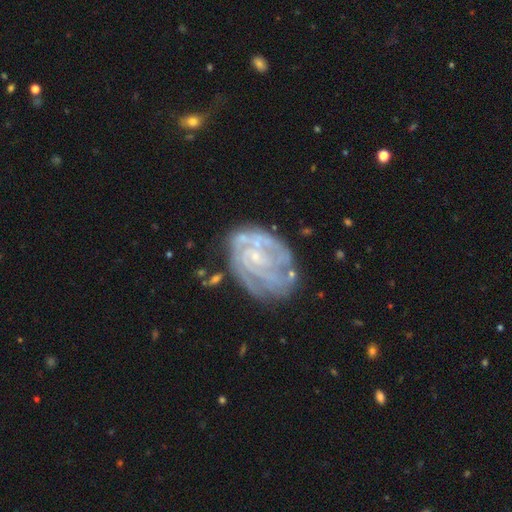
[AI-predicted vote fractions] The model was most divided on "spiral arm count": can't tell: 43%, 3: 18%, 2: 17%, 4: 11%, 1: 6%, more than 4: 6%. More confident: edge-on disk — no (98%); spiral arms — yes (84%); smooth or featured — featured or disk (81%); bulge size — small (73%); spiral winding — tight (63%); bar — no (60%); merging — none (57%).